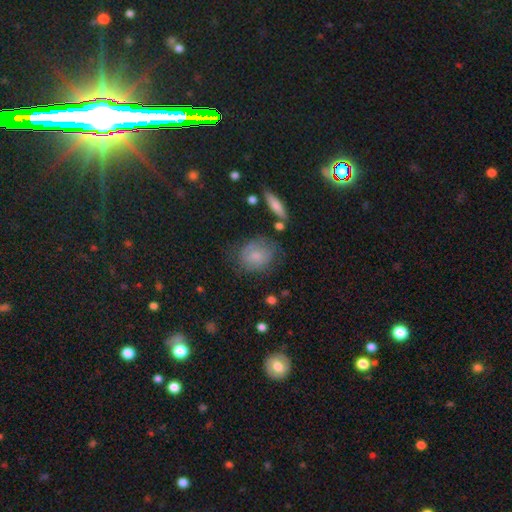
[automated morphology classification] The model was most divided on "how rounded": round: 63%, in between: 36%, cigar-shaped: 2%. More confident: smooth or featured — smooth (70%); merging — none (62%).